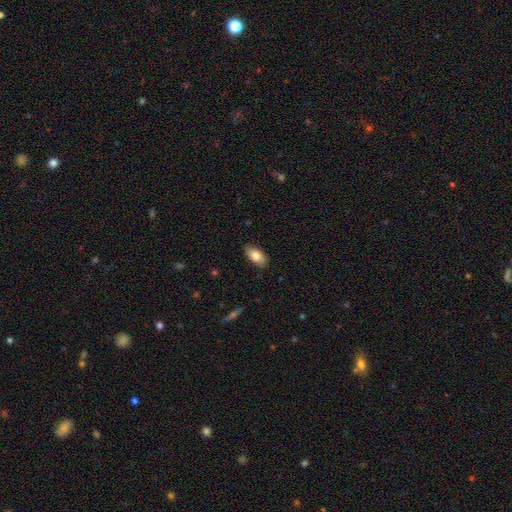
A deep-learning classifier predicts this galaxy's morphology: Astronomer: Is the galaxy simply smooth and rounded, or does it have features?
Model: smooth — 81%.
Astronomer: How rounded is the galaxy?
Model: in between — 92%.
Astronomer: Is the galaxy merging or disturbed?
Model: none — 85%.